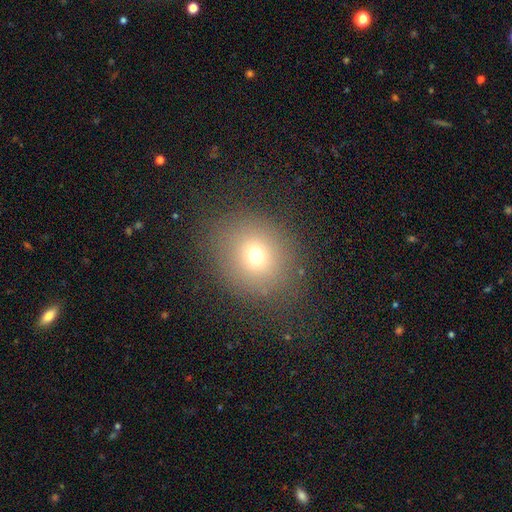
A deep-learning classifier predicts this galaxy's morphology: Q: Smooth or featured?
A: smooth (69%); runner-up: star or artifact (19%)
Q: How rounded?
A: round (77%); runner-up: in between (22%)
Q: Merging?
A: none (81%); runner-up: minor disturbance (11%)